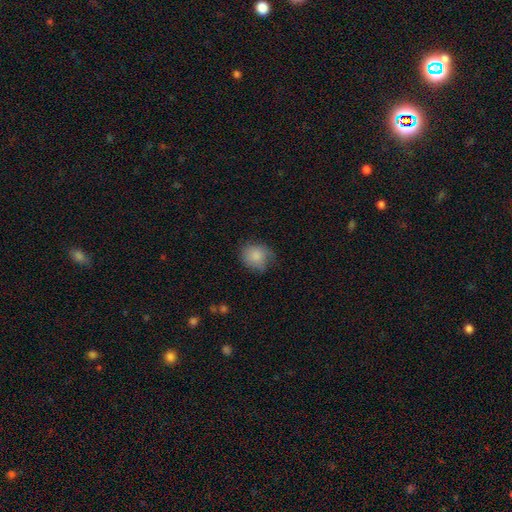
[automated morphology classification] type=smooth (84%); roundness=round (74%); merging=none (63%).